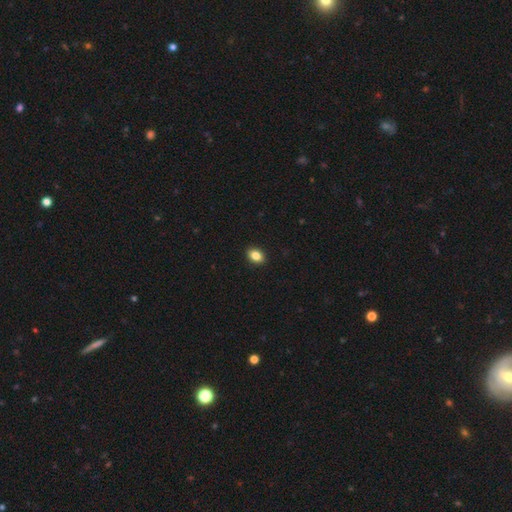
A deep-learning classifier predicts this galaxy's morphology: smooth_or_featured: smooth (p=0.85) [alt: star or artifact p=0.09]
how_rounded: in between (p=0.75) [alt: round p=0.24]
merging: none (p=0.91) [alt: minor disturbance p=0.06]